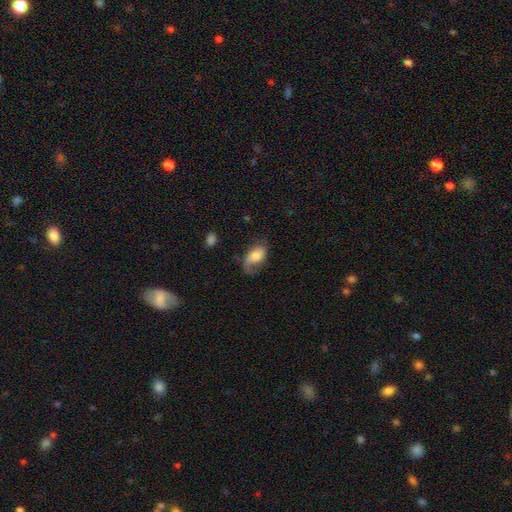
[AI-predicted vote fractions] Smooth or featured? Predicted: smooth (p=0.59). How rounded? Predicted: in between (p=0.91). Merging? Predicted: none (p=0.42).